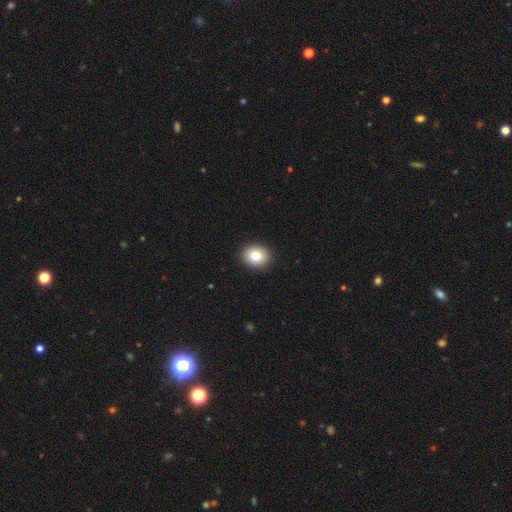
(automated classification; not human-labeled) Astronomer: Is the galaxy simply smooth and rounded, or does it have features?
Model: smooth — 84%.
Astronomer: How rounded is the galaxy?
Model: round — 61% (runner-up: in between, 38%).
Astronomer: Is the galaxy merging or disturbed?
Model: none — 91%.